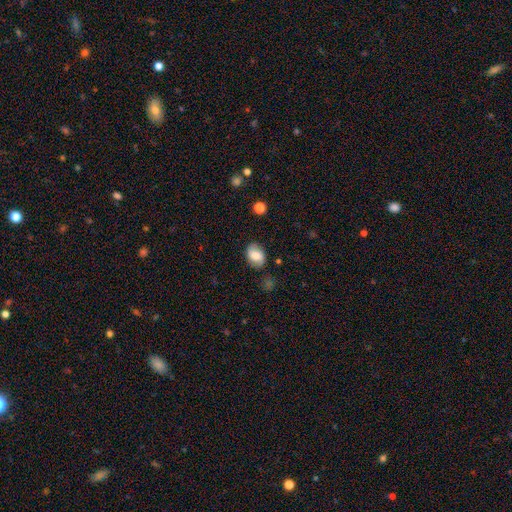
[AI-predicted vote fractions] smooth-or-featured: smooth: 64% | featured or disk: 27% | star or artifact: 9%
  how-rounded: in between: 73% | round: 25% | cigar-shaped: 1%
  merging: none: 79% | minor disturbance: 15% | major disturbance: 4% | merger: 2%